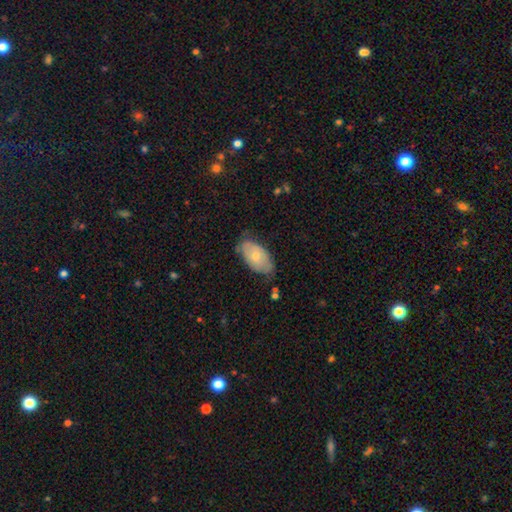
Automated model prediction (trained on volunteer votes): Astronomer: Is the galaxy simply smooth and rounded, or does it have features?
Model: smooth — 62%.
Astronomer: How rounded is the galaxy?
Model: in between — 94%.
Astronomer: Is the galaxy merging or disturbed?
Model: none — 62%.